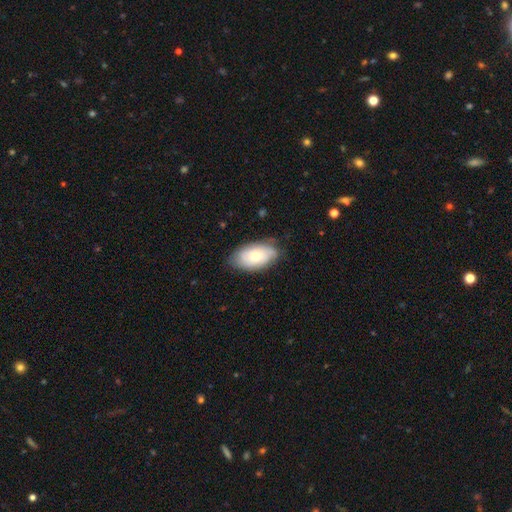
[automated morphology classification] Smooth or featured? Predicted: smooth (p=0.55). How rounded? Predicted: in between (p=0.92). Merging? Predicted: none (p=0.75).